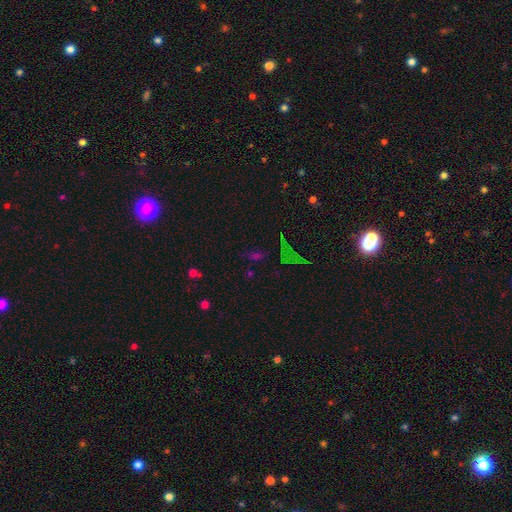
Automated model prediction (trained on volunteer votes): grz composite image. It shows a star or artifact, not a galaxy (53%).